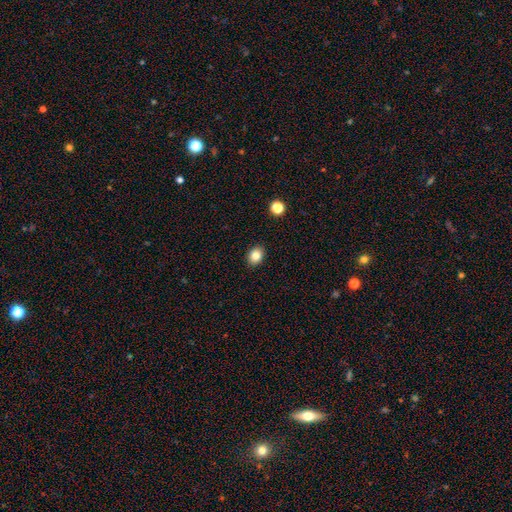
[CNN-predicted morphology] A smooth galaxy with no disk features (84%) that is in between round and cigar-shaped (53%).

Vote fractions:
- Smooth or featured? smooth: 84% / star or artifact: 10% / featured or disk: 6%
- How rounded? in between: 53% / round: 46% / cigar-shaped: 1%
- Merging? none: 90% / minor disturbance: 7% / major disturbance: 2% / merger: 1%